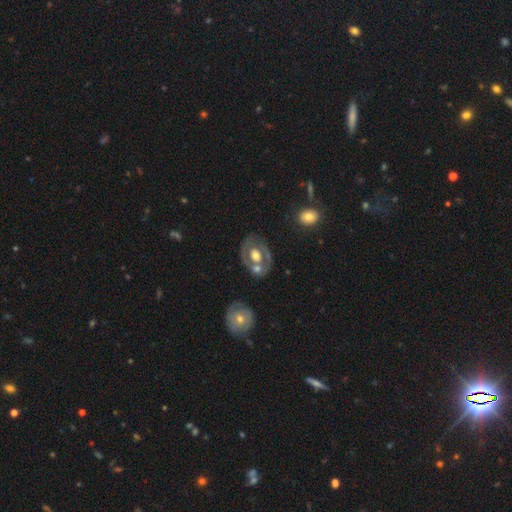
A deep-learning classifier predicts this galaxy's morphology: Smooth or featured? featured or disk (60%)
Edge-on disk? no (94%)
Bar? no (78%)
Spiral arms? no (71%)
Bulge size? moderate (60%)
Merging? none (57%)